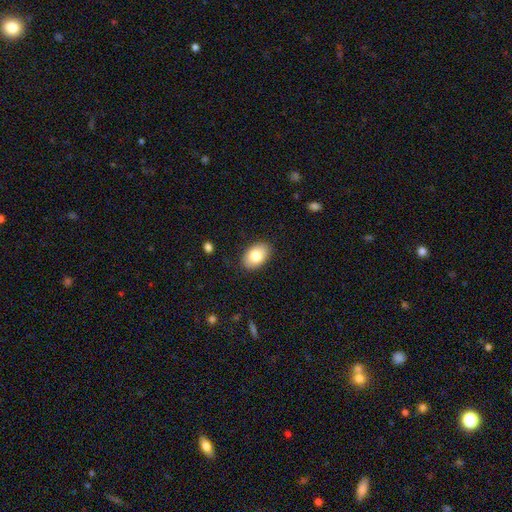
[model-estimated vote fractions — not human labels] This is clearly a smooth galaxy (80%). How rounded: clearly in between (89%). Merging: clearly none (87%).